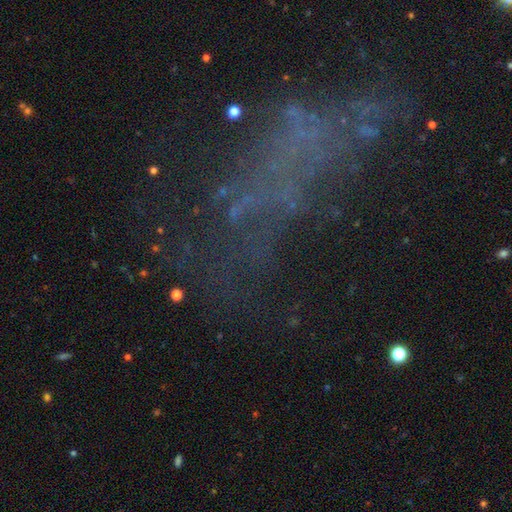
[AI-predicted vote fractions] This is marginally a star or artifact rather than a galaxy (43%).